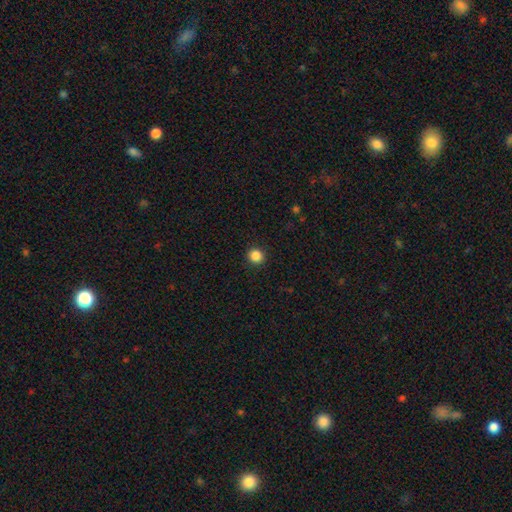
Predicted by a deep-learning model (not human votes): This is clearly a smooth galaxy (86%). How rounded: clearly round (90%). Merging: clearly none (92%).